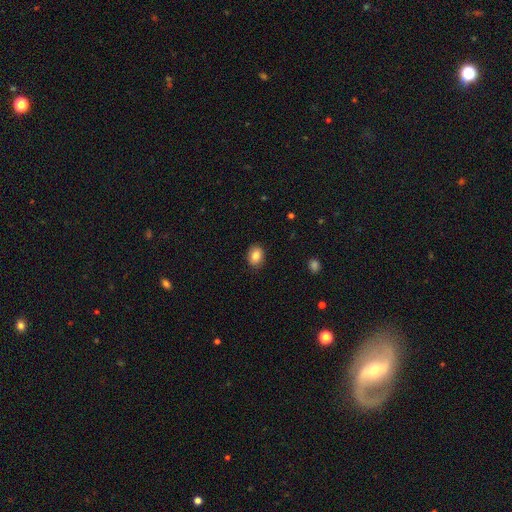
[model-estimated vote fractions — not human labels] Smooth or featured: smooth — 84% (star or artifact — 8%)
How rounded: in between — 63% (round — 36%)
Merging: none — 87% (minor disturbance — 10%)